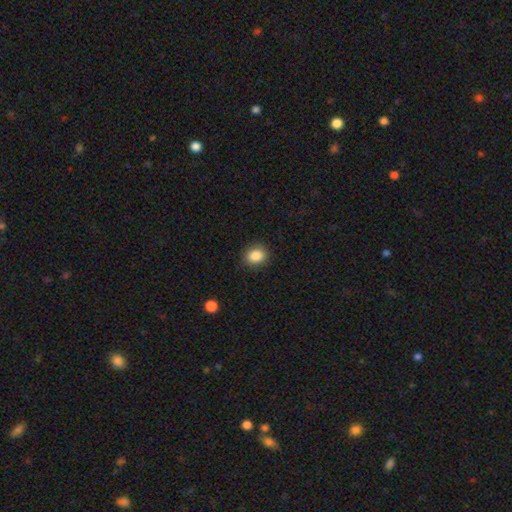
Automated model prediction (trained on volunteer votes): Smooth or featured? smooth (87%)
How rounded? round (58%)
Merging? none (87%)